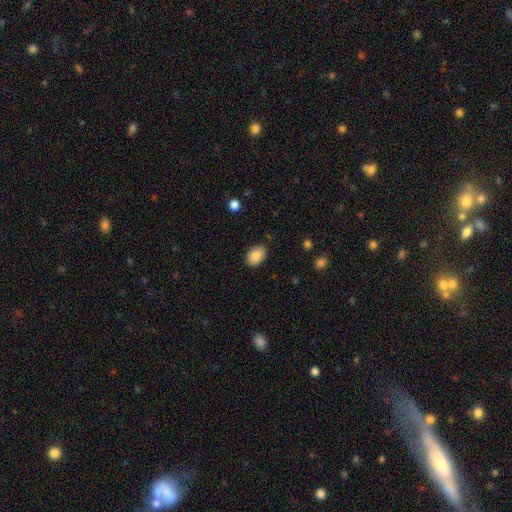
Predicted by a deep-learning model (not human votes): Morphology: type=smooth (86%); roundness=in between (81%); merging=none (85%).